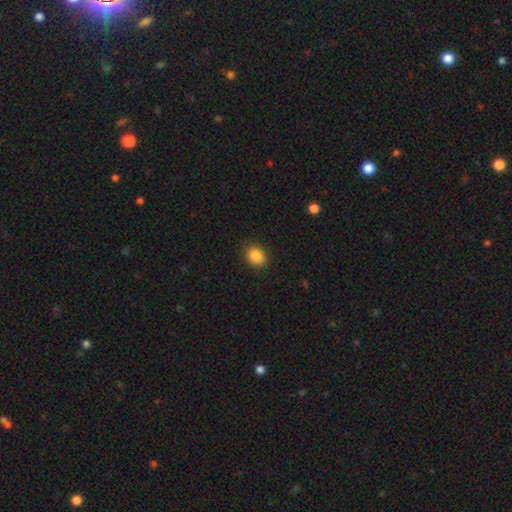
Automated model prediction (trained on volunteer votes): Overall: smooth (87%). How rounded: round (55%; in between 44%). Merging: none (89%).